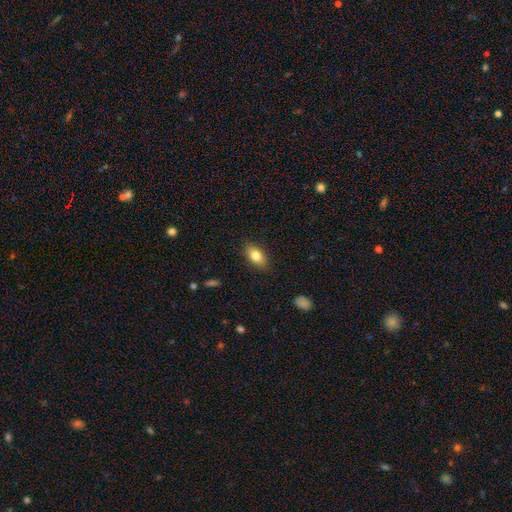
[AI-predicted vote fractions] A smooth galaxy with no disk features (81%) that is in between round and cigar-shaped (89%). Merging: none (86%).